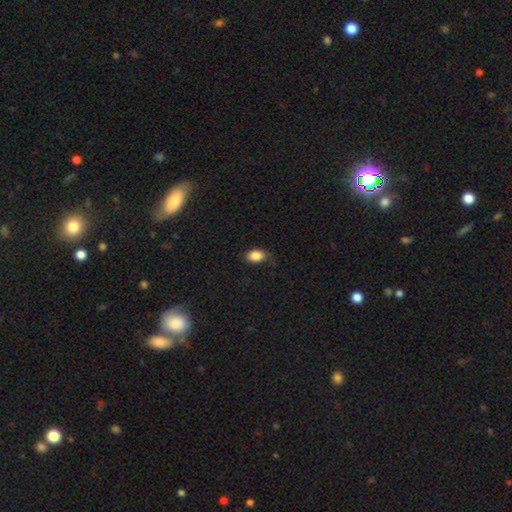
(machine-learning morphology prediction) The model was most divided on "merging": none: 79%, minor disturbance: 17%, major disturbance: 3%, merger: 1%. More confident: smooth or featured — smooth (87%); how rounded — in between (85%).